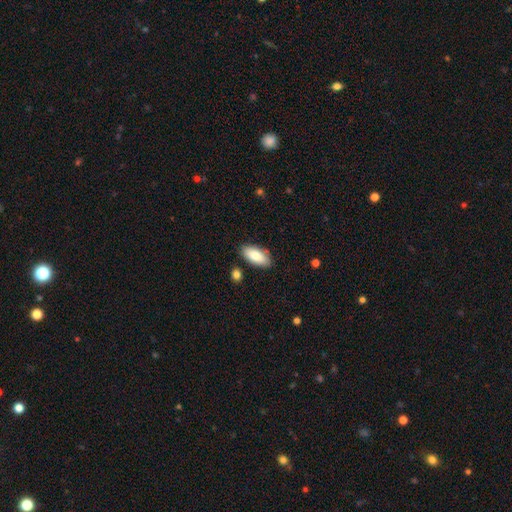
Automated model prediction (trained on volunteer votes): Smooth or featured?
  - smooth: 82% *
  - featured or disk: 12%
  - star or artifact: 6%
How rounded?
  - in between: 90% *
  - cigar-shaped: 7%
  - round: 2%
Merging?
  - none: 83% *
  - minor disturbance: 11%
  - merger: 3%
  - major disturbance: 2%